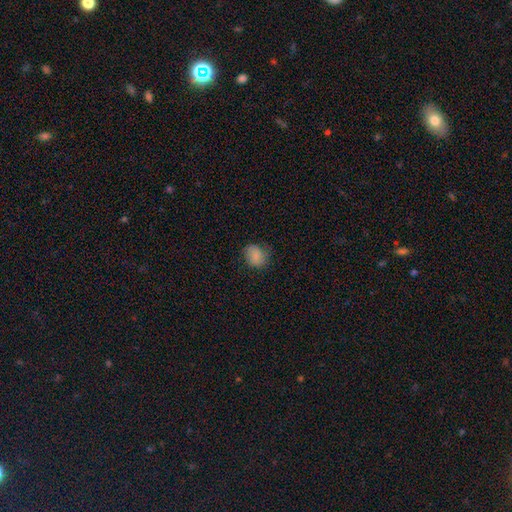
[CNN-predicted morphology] Smooth or featured?
  - smooth: 81% *
  - featured or disk: 11%
  - star or artifact: 9%
How rounded?
  - round: 66% *
  - in between: 33%
  - cigar-shaped: 1%
Merging?
  - none: 70% *
  - minor disturbance: 22%
  - major disturbance: 7%
  - merger: 1%